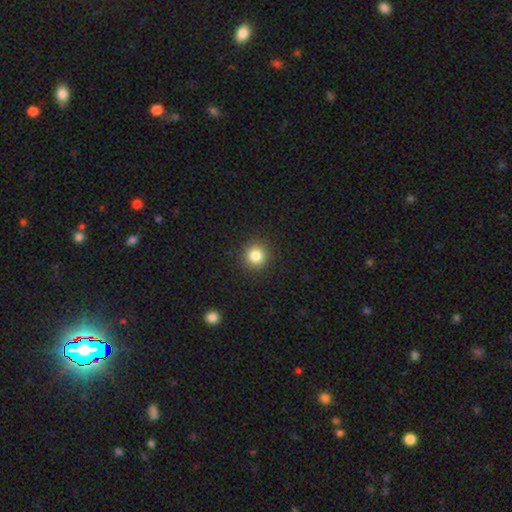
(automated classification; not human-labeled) Smooth or featured?
  - smooth: 83% *
  - star or artifact: 11%
  - featured or disk: 6%
How rounded?
  - round: 94% *
  - in between: 5%
  - cigar-shaped: 1%
Merging?
  - none: 92% *
  - minor disturbance: 5%
  - major disturbance: 2%
  - merger: 1%